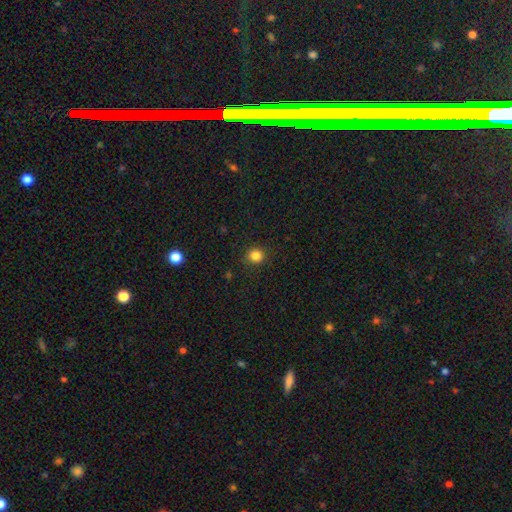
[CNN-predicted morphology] A smooth galaxy with no disk features (84%) that is round (89%). Merging: none (90%).